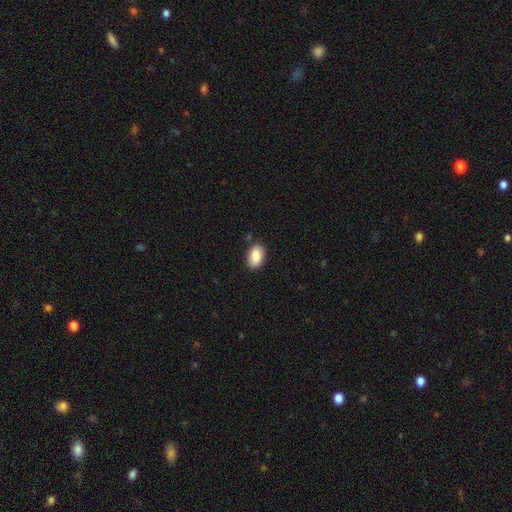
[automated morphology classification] smooth_or_featured: smooth (p=0.87) [alt: star or artifact p=0.07]
how_rounded: in between (p=0.90) [alt: round p=0.09]
merging: none (p=0.85) [alt: minor disturbance p=0.11]